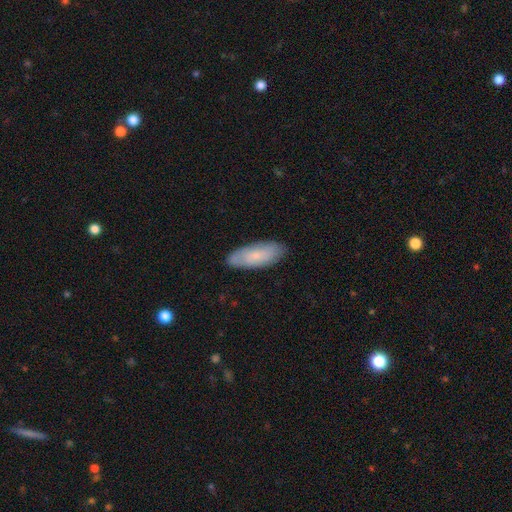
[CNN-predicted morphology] The model was most divided on "smooth or featured": smooth: 70%, featured or disk: 24%, star or artifact: 6%. More confident: merging — none (85%); how rounded — in between (75%).